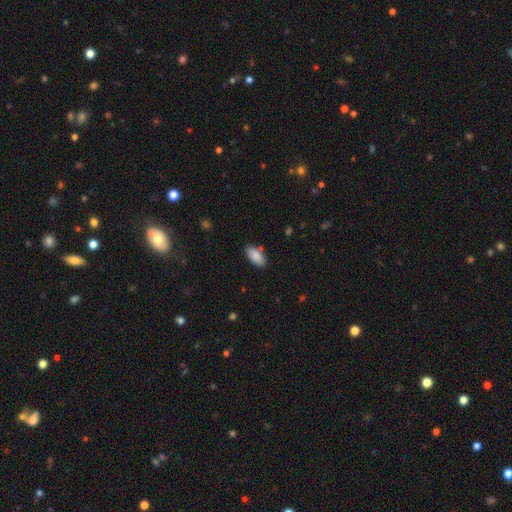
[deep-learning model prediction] Smooth or featured? smooth (88%)
How rounded? in between (92%)
Merging? none (83%)